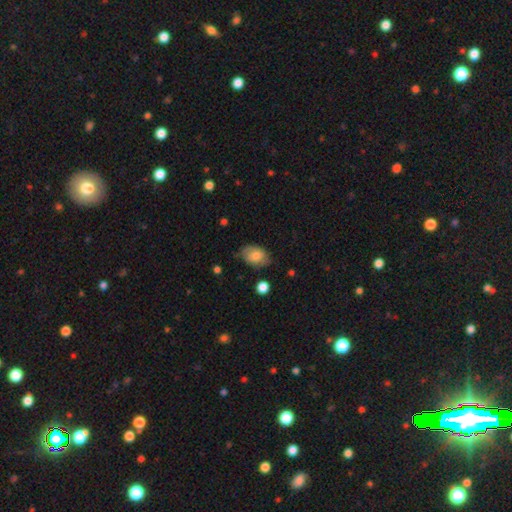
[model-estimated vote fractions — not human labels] This is likely a smooth galaxy (72%). How rounded: clearly in between (81%). Merging: likely none (67%).